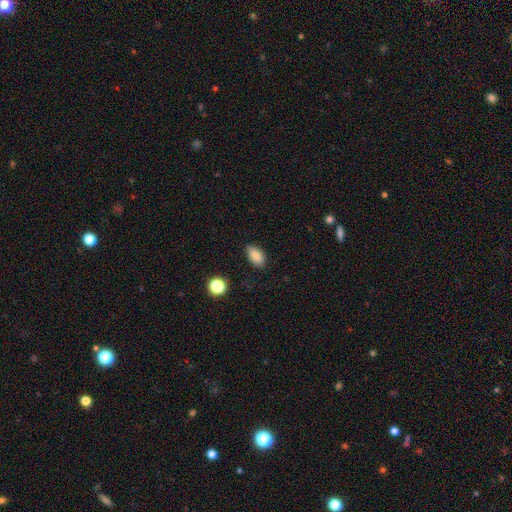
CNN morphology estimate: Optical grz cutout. It shows a smooth galaxy with no disk features (85%) that is in between round and cigar-shaped (91%). Merging: none (82%).